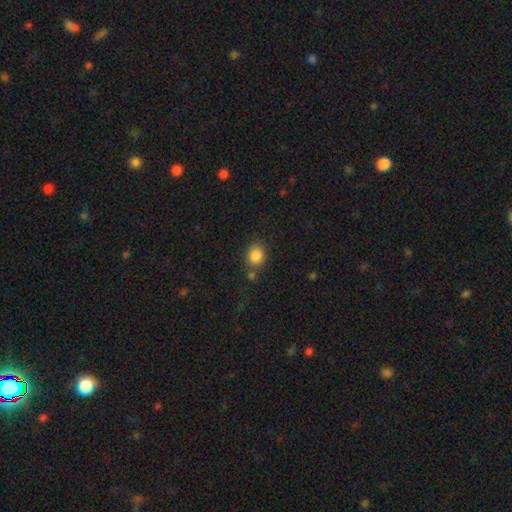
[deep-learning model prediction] This appears to be a smooth galaxy with no disk features (85%) that is round (69%). Merging: none (72%).